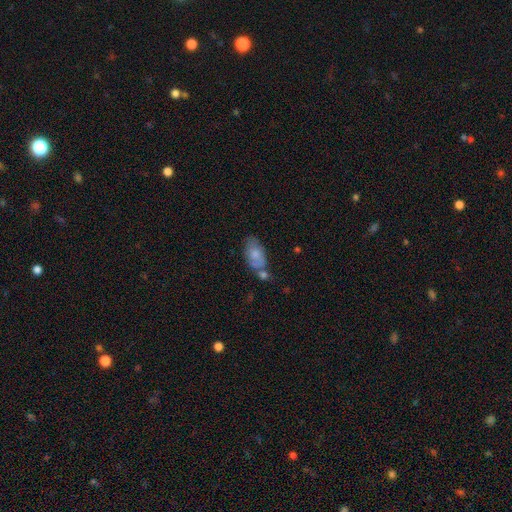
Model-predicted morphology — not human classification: A smooth galaxy with no disk features (63%) that is in between round and cigar-shaped (92%).

Vote fractions:
- Smooth or featured? smooth: 63% / featured or disk: 29% / star or artifact: 7%
- How rounded? in between: 92% / round: 6% / cigar-shaped: 3%
- Merging? none: 43% / minor disturbance: 25% / merger: 22% / major disturbance: 10%